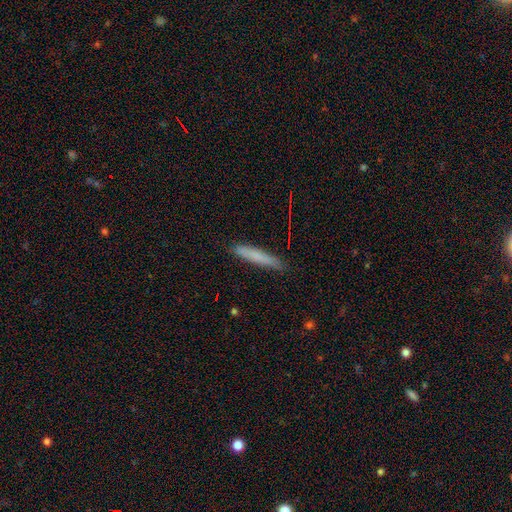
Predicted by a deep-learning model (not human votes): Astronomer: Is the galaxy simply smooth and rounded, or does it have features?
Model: smooth — 76%.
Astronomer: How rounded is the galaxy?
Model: cigar-shaped — 94%.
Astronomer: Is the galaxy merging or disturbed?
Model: none — 87%.